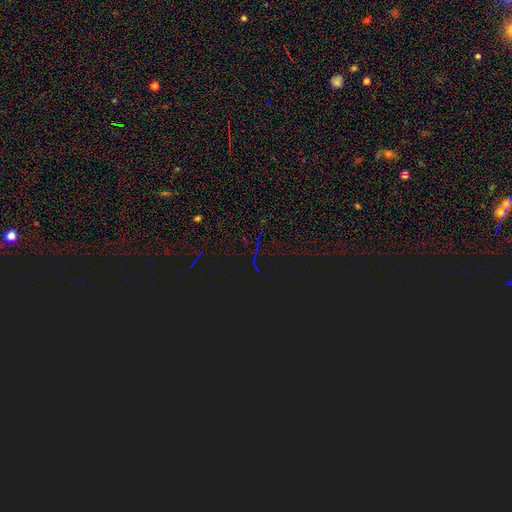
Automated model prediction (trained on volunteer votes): A star or artifact, not a galaxy (83%).